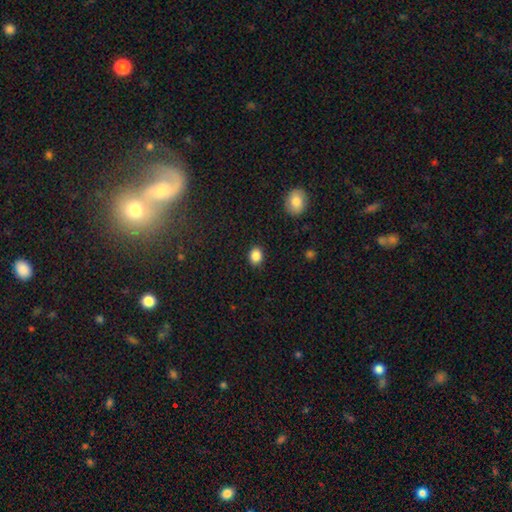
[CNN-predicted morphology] type=smooth (87%); roundness=round (50%); merging=none (88%).